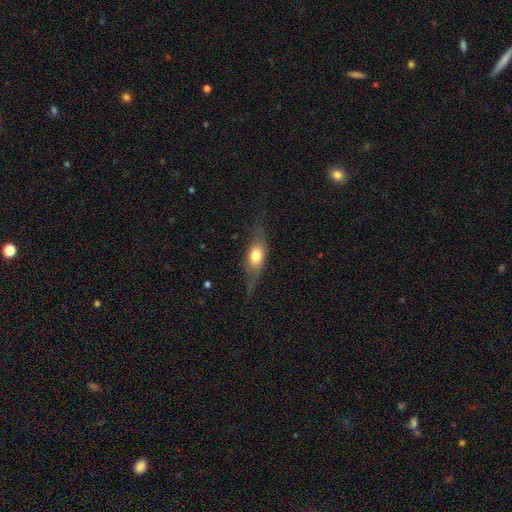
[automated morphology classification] Overall: smooth (55%; featured or disk 38%). How rounded: in between (59%; cigar-shaped 32%). Merging: none (67%).